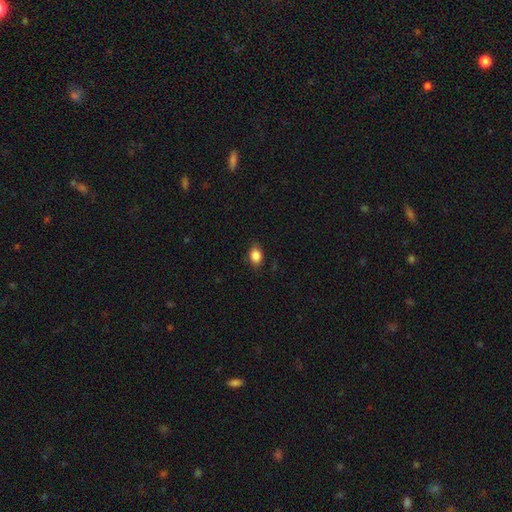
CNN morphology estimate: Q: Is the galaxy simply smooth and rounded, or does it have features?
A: smooth — 87%.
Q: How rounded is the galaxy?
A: in between — 71%.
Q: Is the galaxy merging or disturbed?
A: none — 82%.